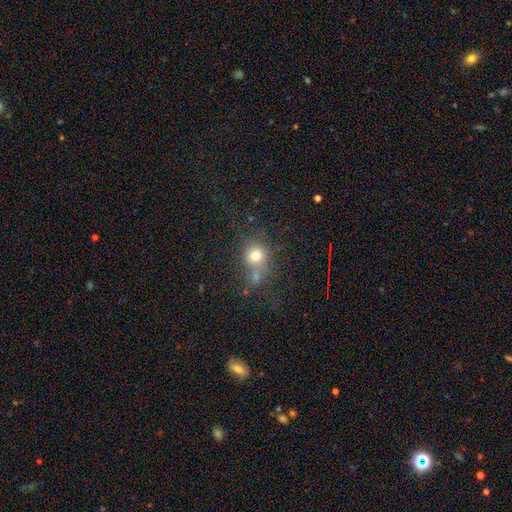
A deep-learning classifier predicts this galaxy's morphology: A smooth galaxy with no disk features (72%) that is round (83%).

Vote fractions:
- Smooth or featured? smooth: 72% / star or artifact: 17% / featured or disk: 11%
- How rounded? round: 83% / in between: 16% / cigar-shaped: 1%
- Merging? none: 55% / merger: 24% / minor disturbance: 13% / major disturbance: 7%